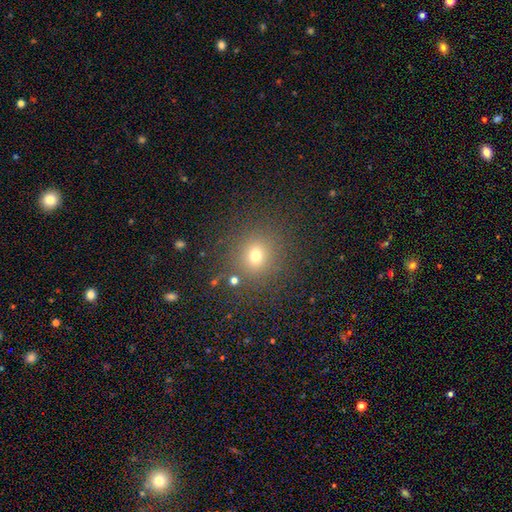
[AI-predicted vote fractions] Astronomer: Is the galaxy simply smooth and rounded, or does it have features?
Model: smooth — 69%.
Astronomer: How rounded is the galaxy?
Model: round — 87%.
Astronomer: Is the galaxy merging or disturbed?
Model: none — 85%.